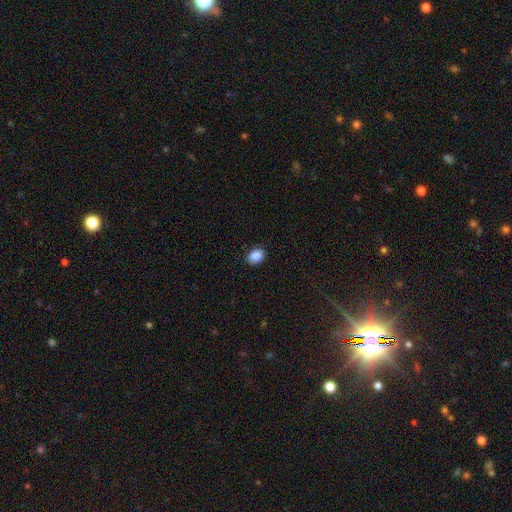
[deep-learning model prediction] Smooth or featured? smooth (89%)
How rounded? in between (64%)
Merging? none (88%)